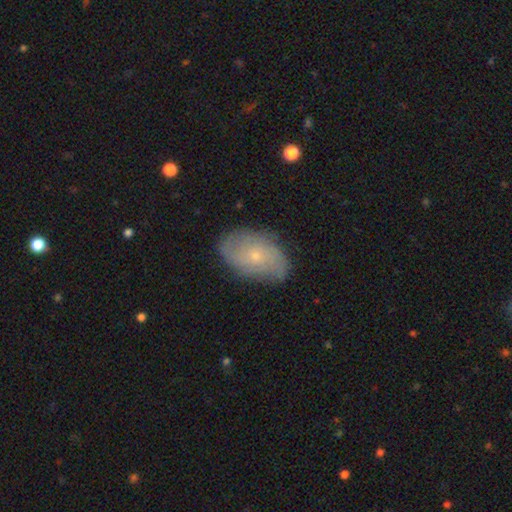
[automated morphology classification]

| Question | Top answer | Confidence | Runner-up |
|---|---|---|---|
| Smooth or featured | featured or disk | 61% | smooth (31%) |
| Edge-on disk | no | 95% | yes (5%) |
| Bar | no | 80% | weak (17%) |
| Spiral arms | yes | 81% | no (19%) |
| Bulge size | small | 77% | moderate (19%) |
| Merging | none | 76% | minor disturbance (18%) |